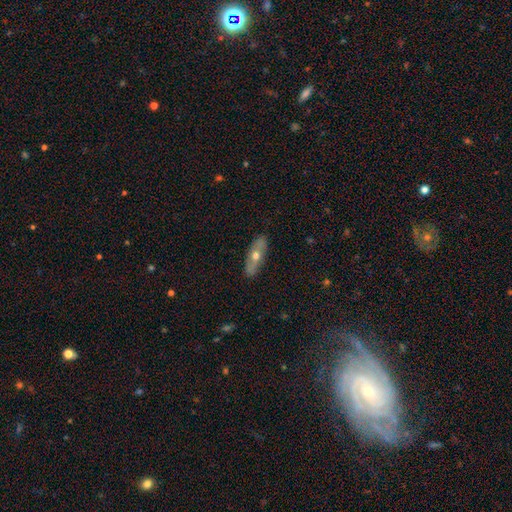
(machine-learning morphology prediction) Smooth or featured? Predicted: featured or disk (p=0.49). Merging? Predicted: none (p=0.87).